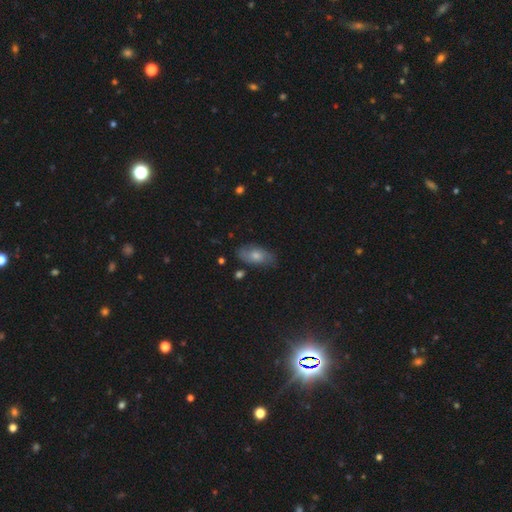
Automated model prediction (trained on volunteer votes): This appears to be a smooth galaxy with no disk features (60%) that is in between round and cigar-shaped (89%). Merging: none (75%).